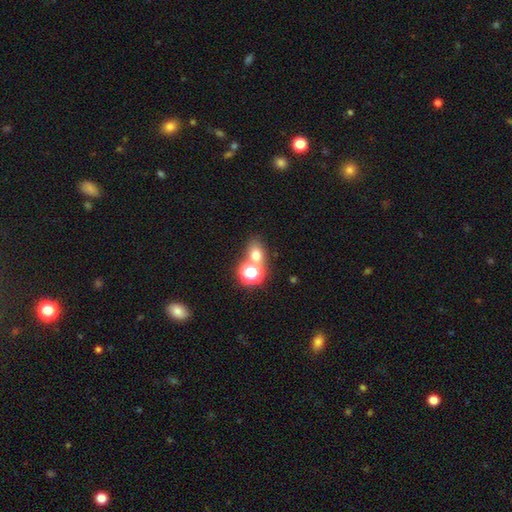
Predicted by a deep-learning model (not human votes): smooth-or-featured: smooth: 65% | star or artifact: 25% | featured or disk: 10%
  how-rounded: round: 56% | in between: 43% | cigar-shaped: 1%
  merging: none: 56% | merger: 30% | minor disturbance: 9% | major disturbance: 4%